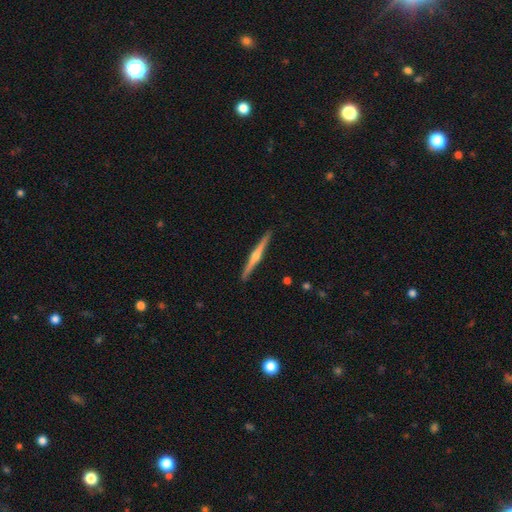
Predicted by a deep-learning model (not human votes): This appears to be a featured or disk galaxy (78%) viewed edge-on (98%) with a rounded central bulge (91%). Merging: none (92%).